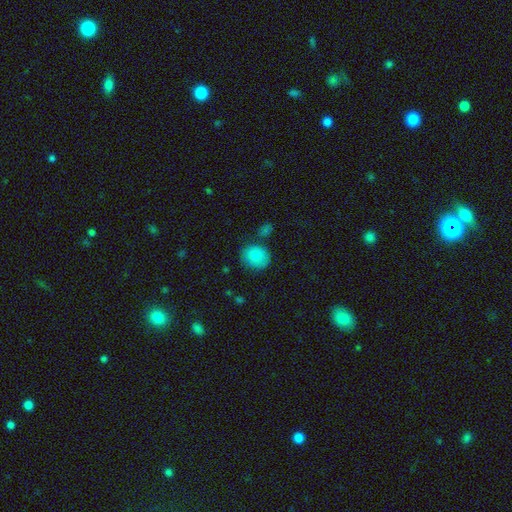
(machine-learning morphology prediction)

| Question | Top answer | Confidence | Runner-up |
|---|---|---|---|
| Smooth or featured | smooth | 84% | star or artifact (8%) |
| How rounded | round | 75% | in between (24%) |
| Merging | none | 74% | minor disturbance (14%) |